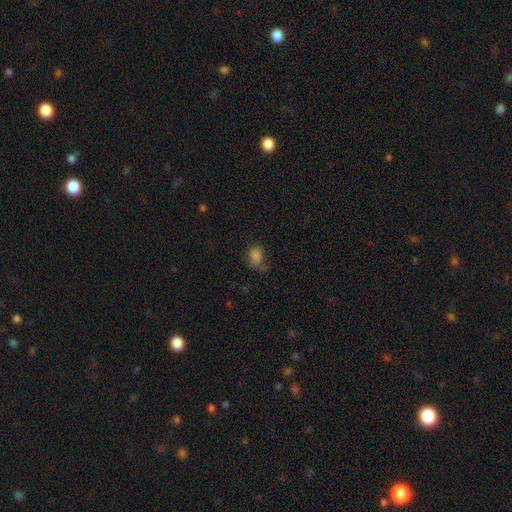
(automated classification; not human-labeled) This appears to be a smooth galaxy with no disk features (80%) that is in between round and cigar-shaped (78%). Merging: none (52%).